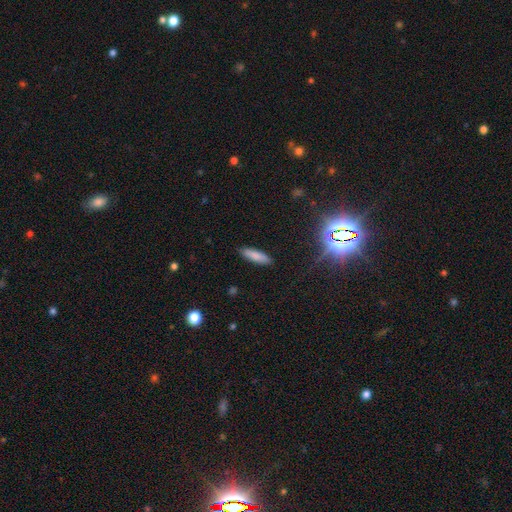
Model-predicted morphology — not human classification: smooth-or-featured: smooth: 83% | featured or disk: 8% | star or artifact: 8%
  how-rounded: cigar-shaped: 62% | in between: 37% | round: 2%
  merging: none: 89% | minor disturbance: 8% | major disturbance: 2% | merger: 1%